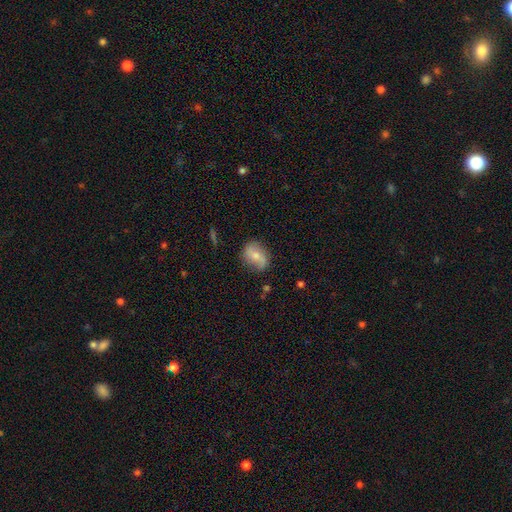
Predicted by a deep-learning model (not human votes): smooth_or_featured: smooth (p=0.54) [alt: featured or disk p=0.38]
how_rounded: in between (p=0.63) [alt: round p=0.35]
merging: none (p=0.73) [alt: minor disturbance p=0.20]